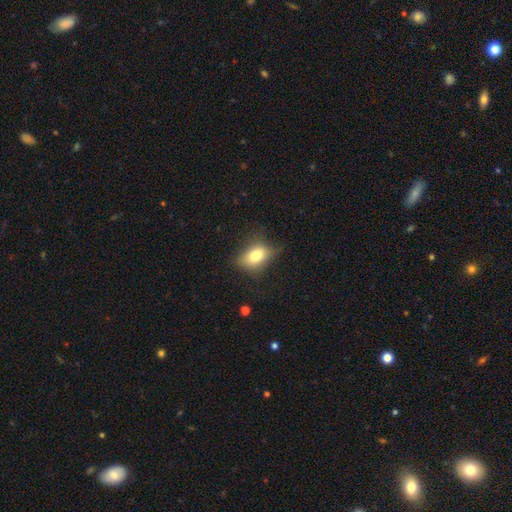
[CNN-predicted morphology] The model was most divided on "merging": none: 62%, minor disturbance: 26%, major disturbance: 10%, merger: 2%. More confident: how rounded — in between (76%); smooth or featured — smooth (74%).